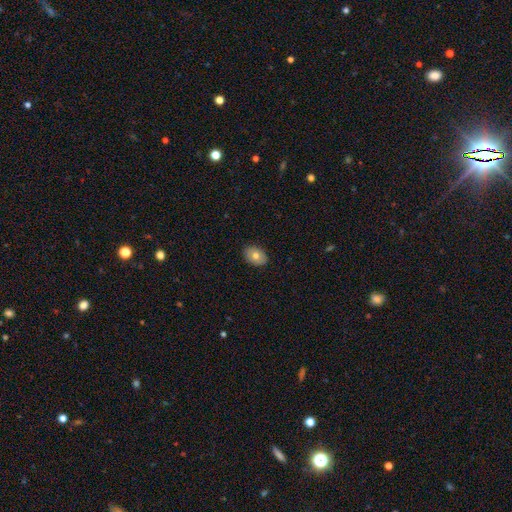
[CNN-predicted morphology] A smooth galaxy with no disk features (74%) that is in between round and cigar-shaped (79%).

Vote fractions:
- Smooth or featured? smooth: 74% / featured or disk: 18% / star or artifact: 8%
- How rounded? in between: 79% / round: 20% / cigar-shaped: 1%
- Merging? none: 88% / minor disturbance: 9% / major disturbance: 2% / merger: 1%